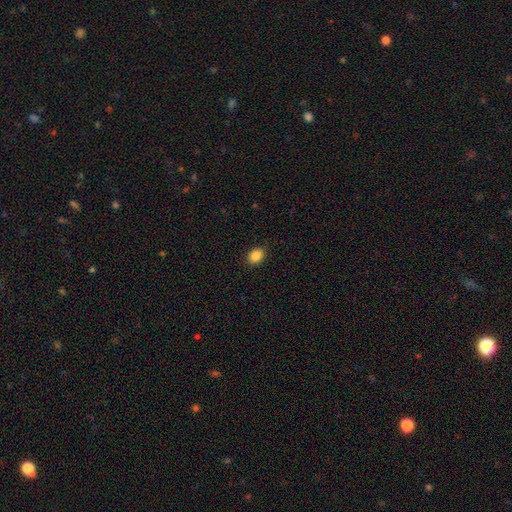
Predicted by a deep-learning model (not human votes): Smooth or featured? smooth (86%)
How rounded? in between (51%)
Merging? none (90%)